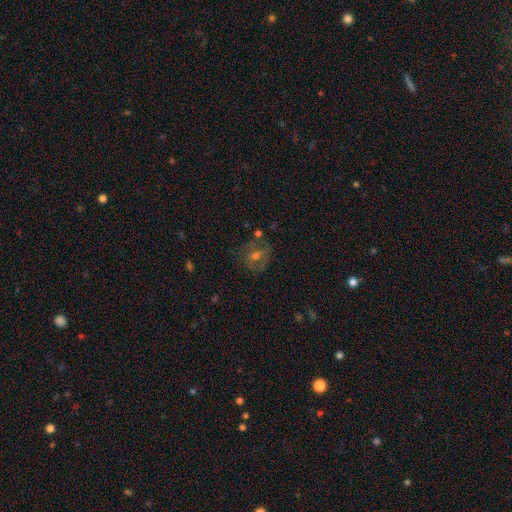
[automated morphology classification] This appears to be a featured or disk galaxy (51%). Merging: none (66%).